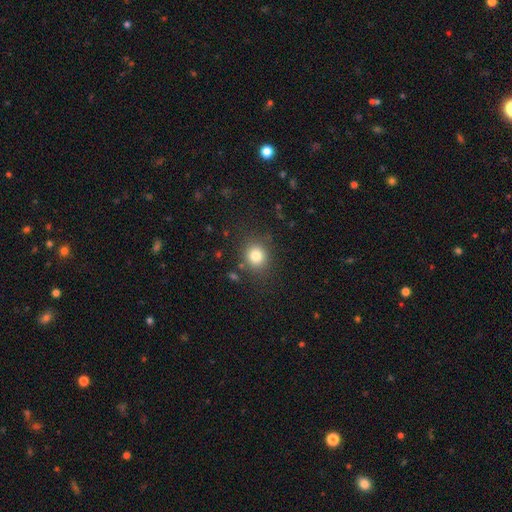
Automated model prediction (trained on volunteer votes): Smooth or featured?
  - smooth: 81% *
  - star or artifact: 12%
  - featured or disk: 7%
How rounded?
  - round: 80% *
  - in between: 19%
  - cigar-shaped: 1%
Merging?
  - none: 83% *
  - minor disturbance: 10%
  - major disturbance: 4%
  - merger: 3%